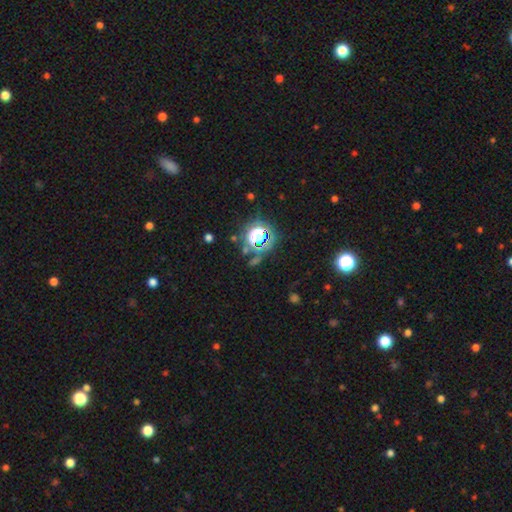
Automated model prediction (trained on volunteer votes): The model was most divided on "smooth or featured": star or artifact: 74%, smooth: 18%, featured or disk: 8%.